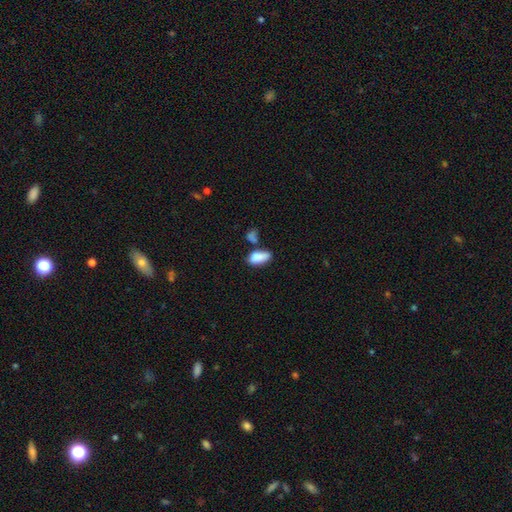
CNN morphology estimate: This appears to be a smooth galaxy with no disk features (83%) that is in between round and cigar-shaped (86%). Merging: none (41%).